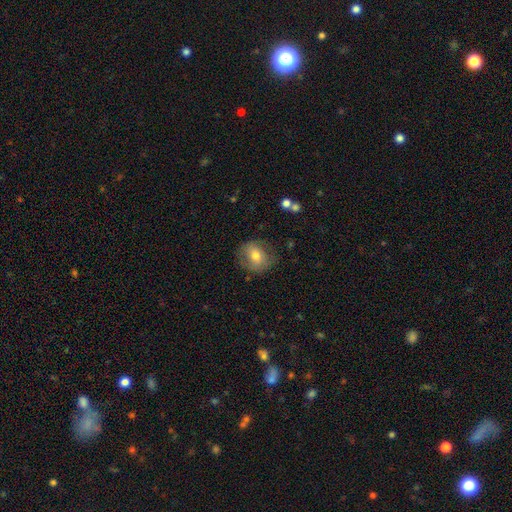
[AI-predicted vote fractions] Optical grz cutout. It shows a smooth galaxy with no disk features (65%) that is round (64%). Merging: none (74%).